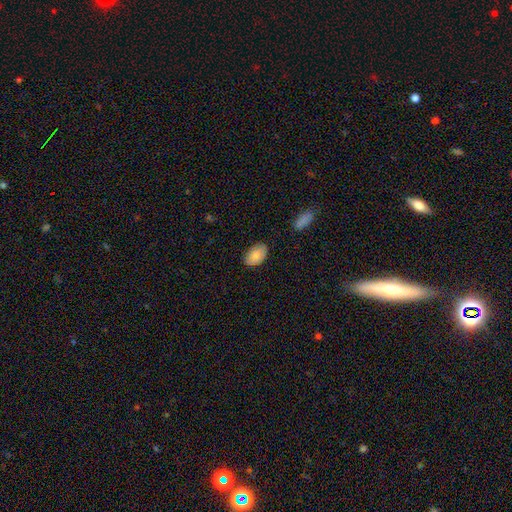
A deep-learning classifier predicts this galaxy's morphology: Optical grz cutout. It shows a smooth galaxy with no disk features (84%) that is in between round and cigar-shaped (92%). Merging: none (83%).